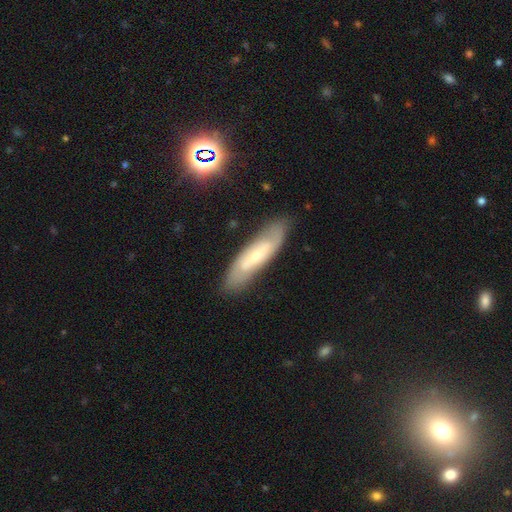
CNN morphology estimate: Overall: featured or disk (59%; smooth 34%). Edge-on disk: no (73%). Merging: none (80%).